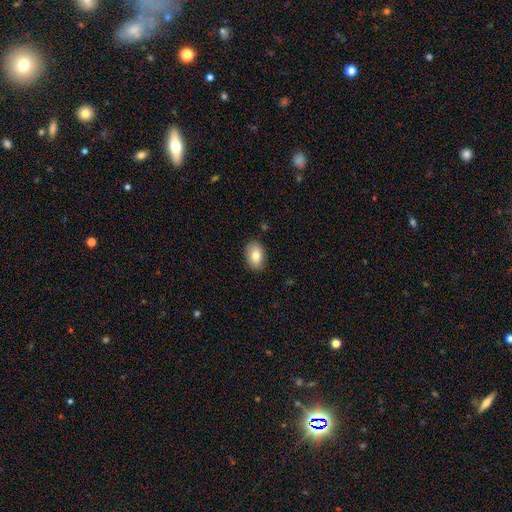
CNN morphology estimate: smooth 79%, featured or disk 13%, star or artifact 8%. Down the decision tree: how rounded — in between (84%); merging — none (85%).